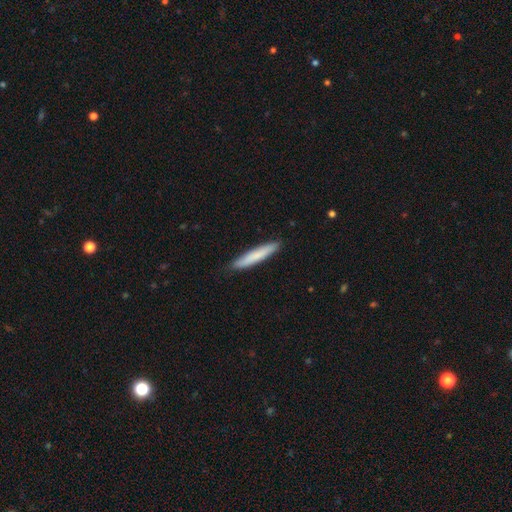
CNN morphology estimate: smooth 77%, featured or disk 18%, star or artifact 5%. Down the decision tree: how rounded — cigar-shaped (93%); merging — none (88%).